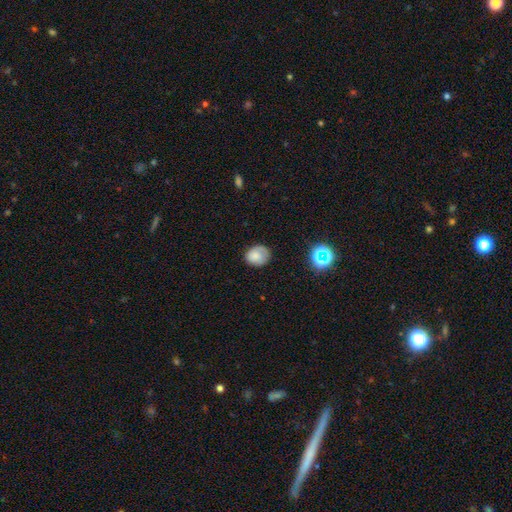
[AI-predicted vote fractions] Smooth or featured? smooth (77%)
How rounded? round (59%)
Merging? none (70%)